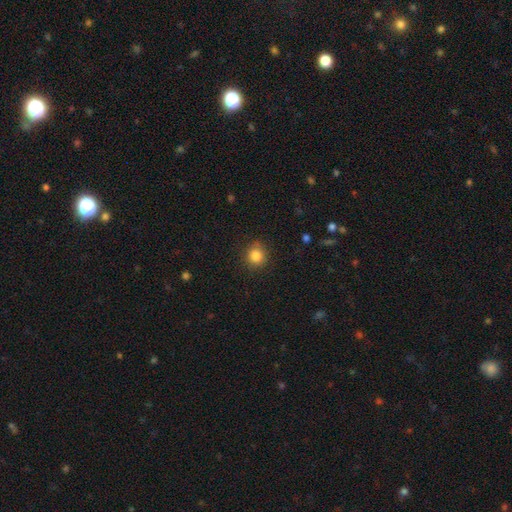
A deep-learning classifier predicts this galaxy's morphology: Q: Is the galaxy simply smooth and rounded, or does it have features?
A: smooth — 84%.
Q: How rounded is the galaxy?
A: round — 86%.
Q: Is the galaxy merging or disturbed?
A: none — 84%.